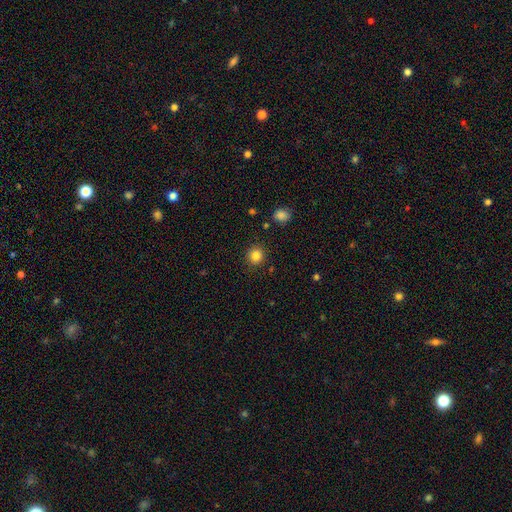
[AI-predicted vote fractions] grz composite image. It shows a smooth galaxy with no disk features (84%) that is round (90%). Merging: none (90%).